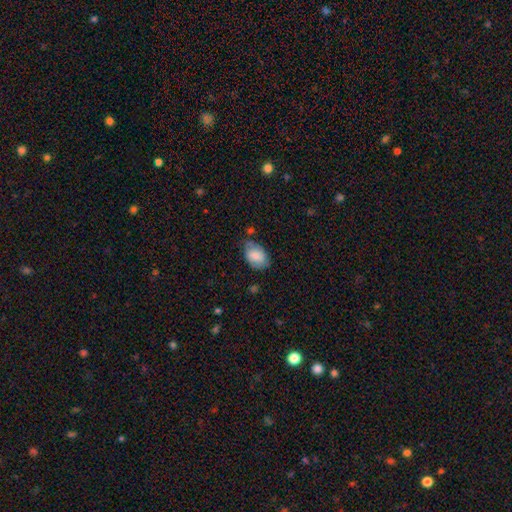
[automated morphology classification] Smooth or featured? Predicted: smooth (p=0.77). How rounded? Predicted: in between (p=0.87). Merging? Predicted: none (p=0.59).